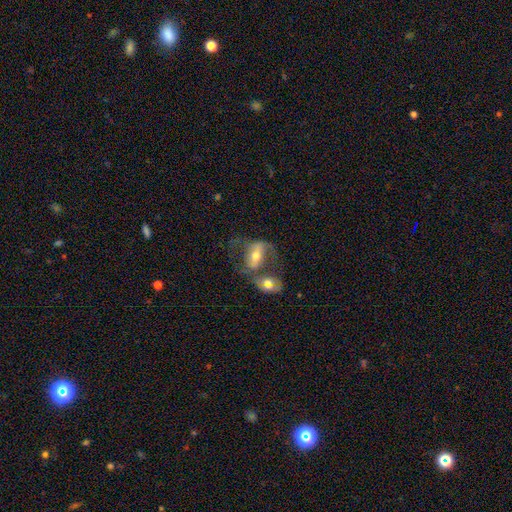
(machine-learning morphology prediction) type=featured or disk (57%); edge-on=no (90%); bar=no (36%); spiral arms=yes (53%); bulge=moderate (67%); merging=merger (54%).